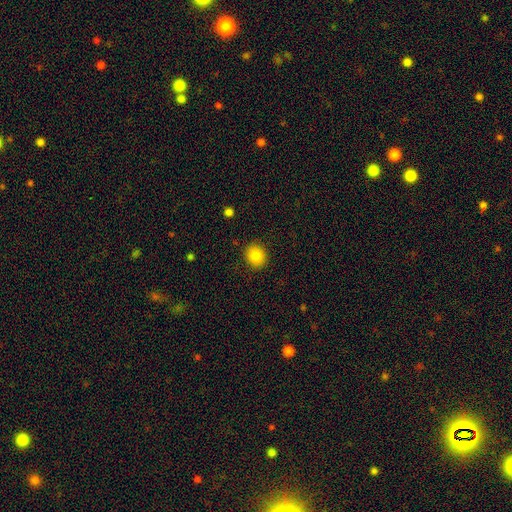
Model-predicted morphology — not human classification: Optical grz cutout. It shows a smooth galaxy with no disk features (84%) that is round (79%). Merging: none (89%).